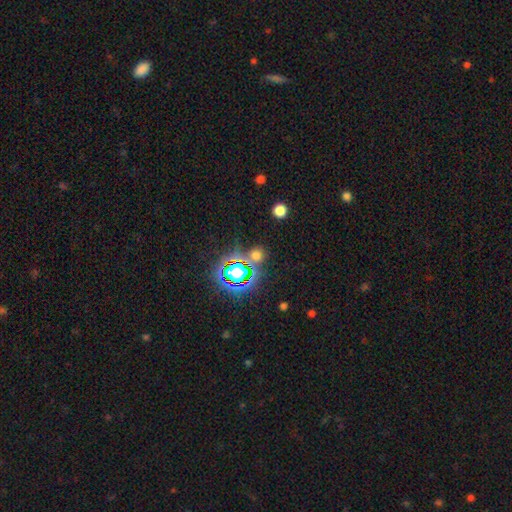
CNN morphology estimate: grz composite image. It shows a smooth galaxy with no disk features (48%). Merging: none (76%).